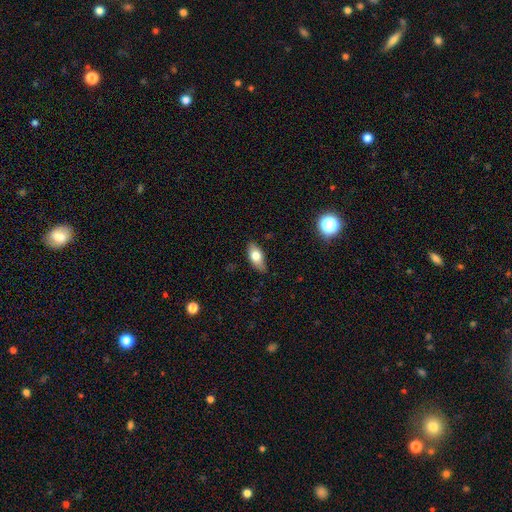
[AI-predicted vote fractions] Smooth or featured: smooth — 72% (featured or disk — 21%)
How rounded: in between — 86% (cigar-shaped — 10%)
Merging: none — 80% (minor disturbance — 16%)